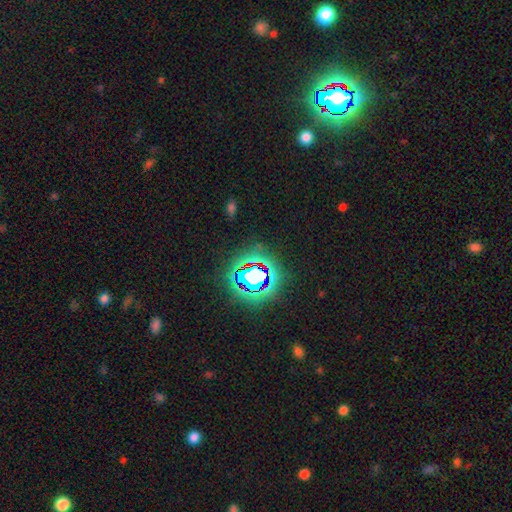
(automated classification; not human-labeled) A star or artifact, not a galaxy (81%).